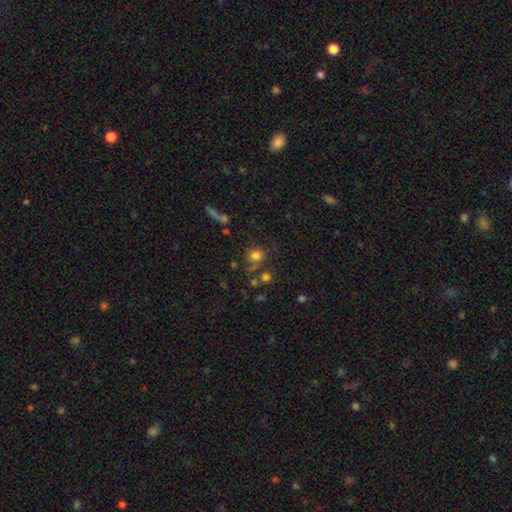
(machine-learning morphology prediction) smooth-or-featured: smooth: 74% | star or artifact: 15% | featured or disk: 11%
  how-rounded: round: 82% | in between: 16% | cigar-shaped: 1%
  merging: none: 62% | minor disturbance: 15% | merger: 14% | major disturbance: 9%